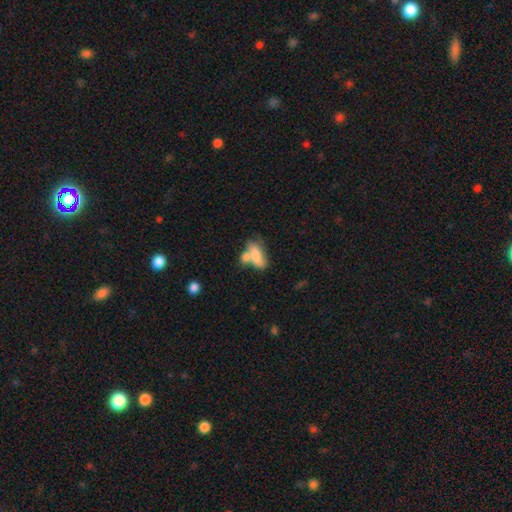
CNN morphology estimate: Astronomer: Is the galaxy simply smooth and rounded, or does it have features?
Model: smooth — 66%.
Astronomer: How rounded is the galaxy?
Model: in between — 84%.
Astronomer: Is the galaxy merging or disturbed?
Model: merger — 52%.